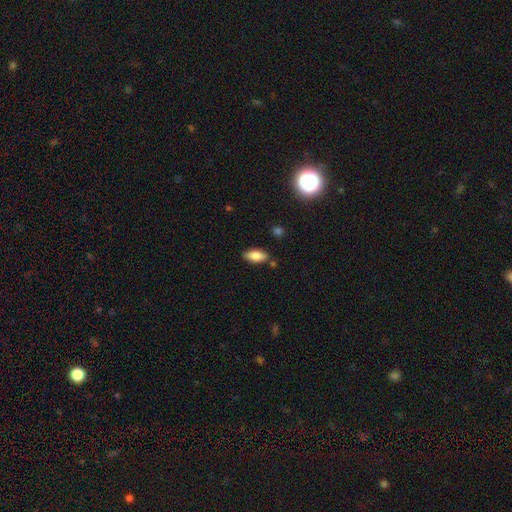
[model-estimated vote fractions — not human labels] A smooth galaxy with no disk features (81%) that is in between round and cigar-shaped (85%). Merging: none (81%).